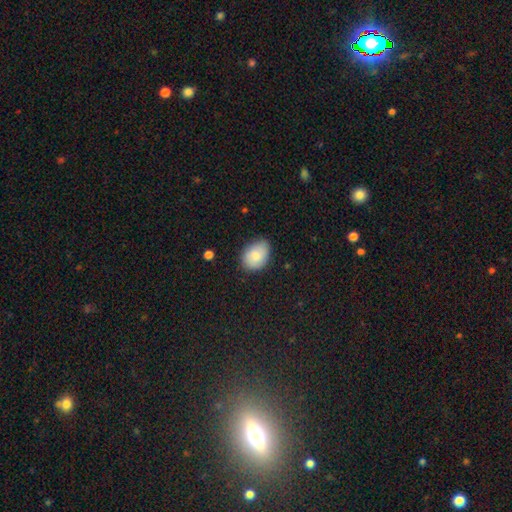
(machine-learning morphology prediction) smooth 83%, featured or disk 10%, star or artifact 7%. Down the decision tree: how rounded — in between (75%); merging — none (75%).